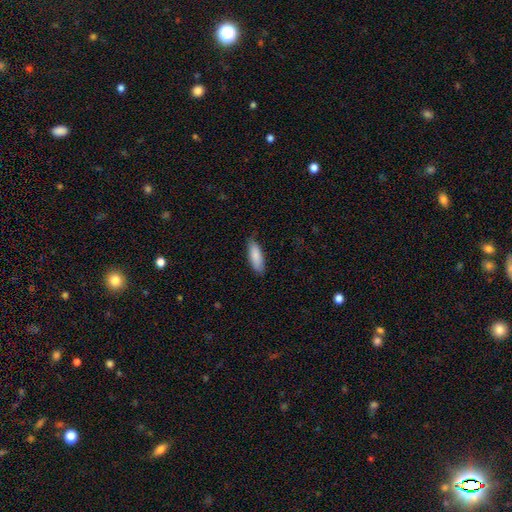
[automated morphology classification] This is clearly a smooth galaxy (85%). How rounded: likely in between (60%). Merging: likely none (76%).